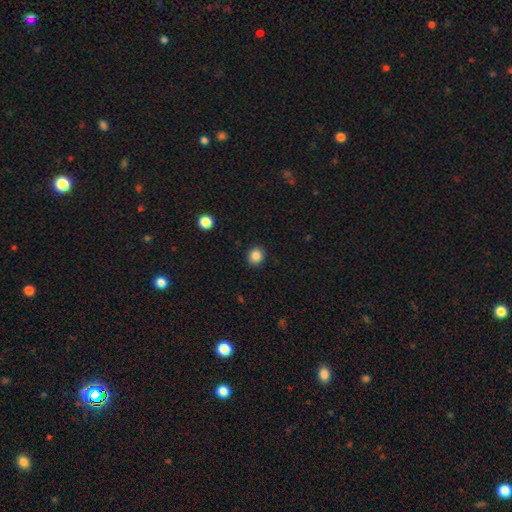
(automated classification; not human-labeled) Smooth or featured? Predicted: smooth (p=0.86). How rounded? Predicted: round (p=0.87). Merging? Predicted: none (p=0.91).